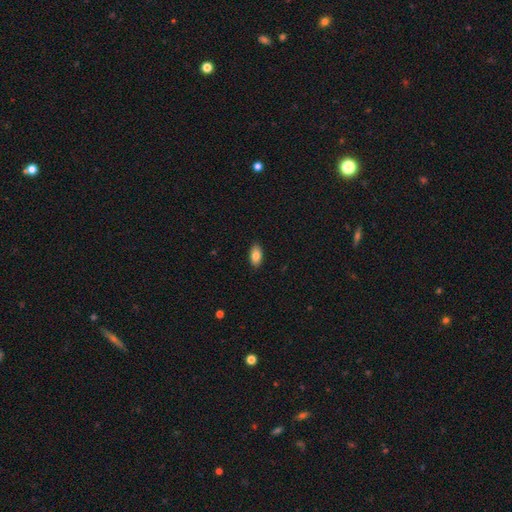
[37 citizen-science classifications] A smooth galaxy with no disk features (97%) that is in between round and cigar-shaped (94%). Merging: none (78%).